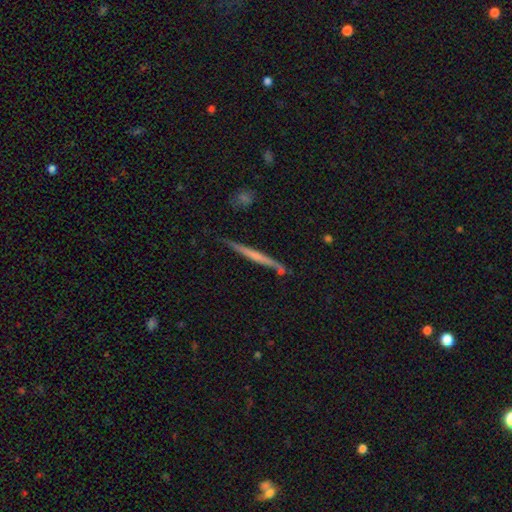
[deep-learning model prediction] Morphology: type=featured or disk (55%); edge-on=yes (97%); edge-on bulge=none (74%); merging=none (81%).